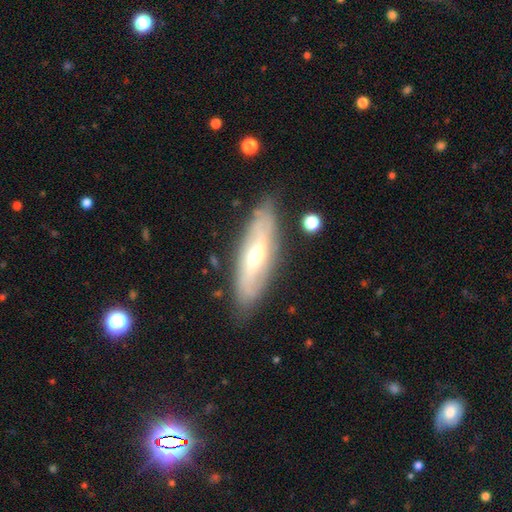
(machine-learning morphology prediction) A featured or disk galaxy (64%).

Vote fractions:
- Smooth or featured? featured or disk: 64% / smooth: 29% / star or artifact: 7%
- Edge-on disk? no: 68% / yes: 32%
- Merging? none: 82% / minor disturbance: 13% / major disturbance: 3% / merger: 2%